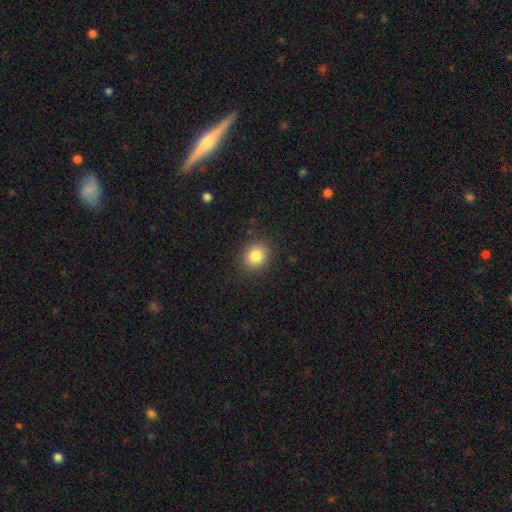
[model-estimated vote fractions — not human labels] Smooth or featured? smooth (84%)
How rounded? round (75%)
Merging? none (88%)